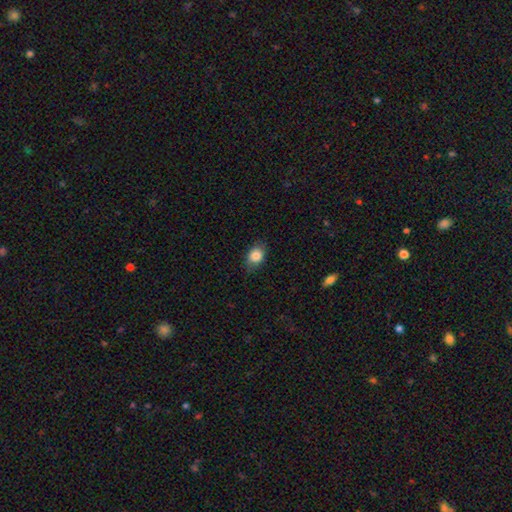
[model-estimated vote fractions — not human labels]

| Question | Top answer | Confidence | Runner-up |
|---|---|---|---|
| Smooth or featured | smooth | 84% | star or artifact (8%) |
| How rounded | in between | 65% | round (33%) |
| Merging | none | 78% | minor disturbance (17%) |